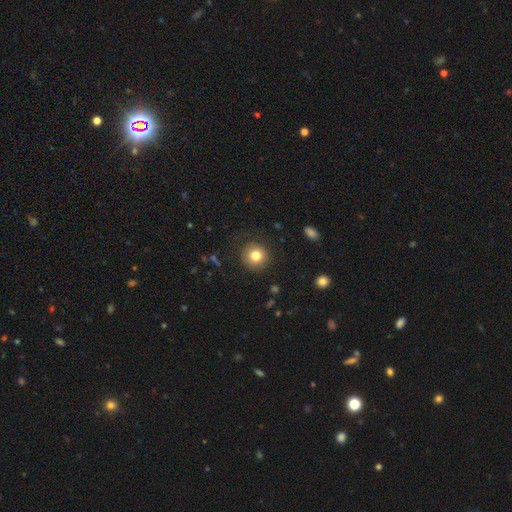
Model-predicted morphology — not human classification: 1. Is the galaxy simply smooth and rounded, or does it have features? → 80% smooth, 11% star or artifact, 9% featured or disk.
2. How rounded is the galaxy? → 93% round, 6% in between, 1% cigar-shaped.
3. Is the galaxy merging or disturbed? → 86% none, 9% minor disturbance, 4% major disturbance, 1% merger.